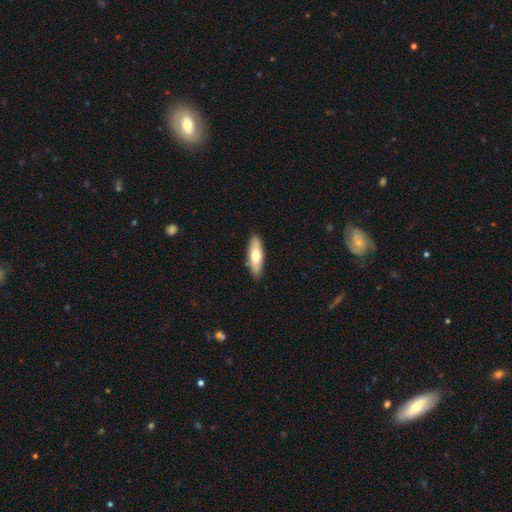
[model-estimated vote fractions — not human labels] Morphology: type=smooth (62%); roundness=in between (52%); merging=none (89%).